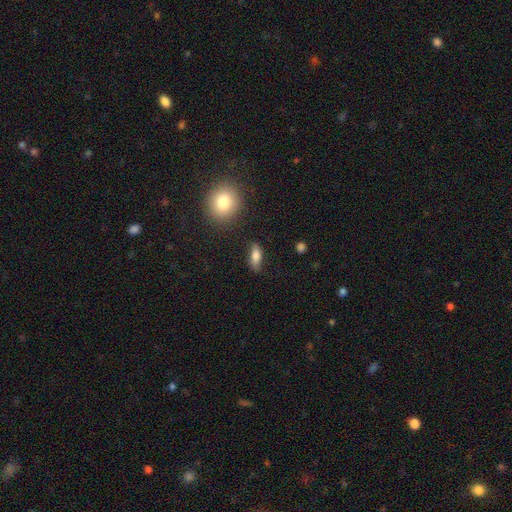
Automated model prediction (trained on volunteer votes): Q: Smooth or featured?
A: smooth (77%); runner-up: featured or disk (15%)
Q: How rounded?
A: in between (76%); runner-up: cigar-shaped (19%)
Q: Merging?
A: none (74%); runner-up: minor disturbance (19%)